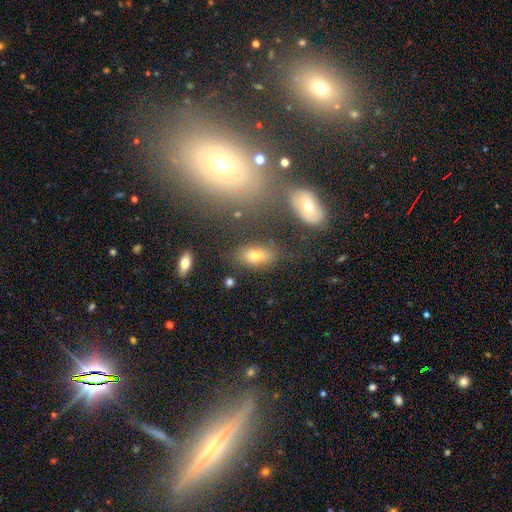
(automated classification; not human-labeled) Smooth or featured?
  - smooth: 74% *
  - featured or disk: 15%
  - star or artifact: 11%
How rounded?
  - in between: 87% *
  - round: 7%
  - cigar-shaped: 6%
Merging?
  - none: 76% *
  - minor disturbance: 13%
  - merger: 6%
  - major disturbance: 5%